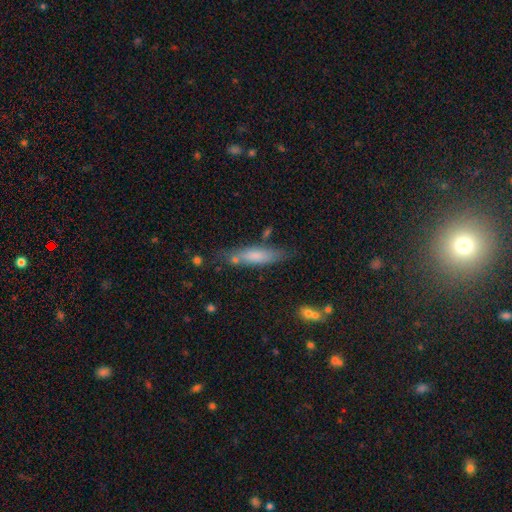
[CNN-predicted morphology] type=smooth (71%); roundness=cigar-shaped (68%); merging=none (67%).